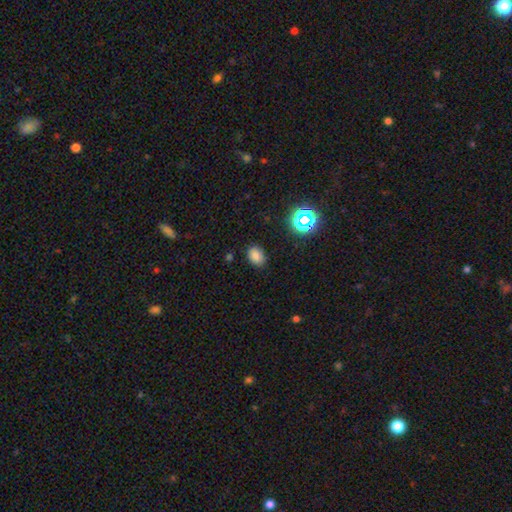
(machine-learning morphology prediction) smooth-or-featured: smooth: 79% | star or artifact: 16% | featured or disk: 5%
  how-rounded: in between: 73% | round: 26% | cigar-shaped: 1%
  merging: none: 85% | minor disturbance: 11% | major disturbance: 3% | merger: 1%